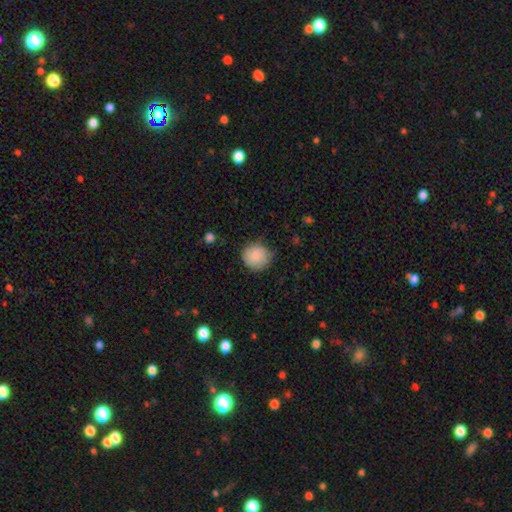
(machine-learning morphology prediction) A smooth galaxy with no disk features (86%) that is round (91%).

Vote fractions:
- Smooth or featured? smooth: 86% / star or artifact: 7% / featured or disk: 7%
- How rounded? round: 91% / in between: 8% / cigar-shaped: 1%
- Merging? none: 75% / minor disturbance: 20% / major disturbance: 4% / merger: 1%